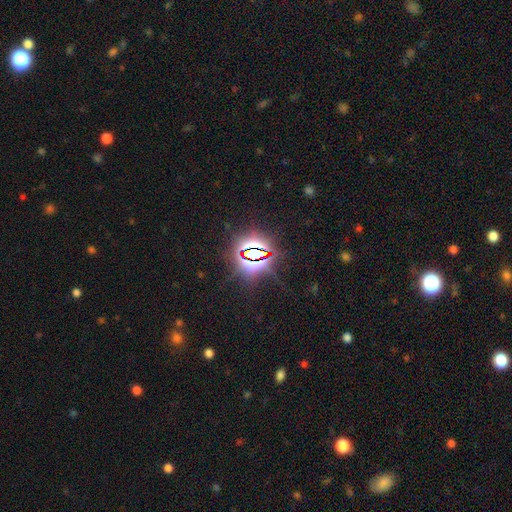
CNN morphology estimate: smooth_or_featured: star or artifact (p=0.81) [alt: smooth p=0.11]